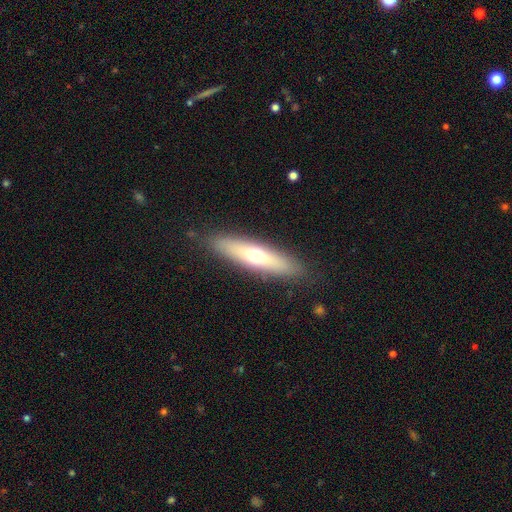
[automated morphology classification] smooth-or-featured: smooth: 55% | featured or disk: 38% | star or artifact: 7%
  how-rounded: cigar-shaped: 72% | in between: 26% | round: 2%
  merging: none: 87% | minor disturbance: 9% | major disturbance: 3% | merger: 1%